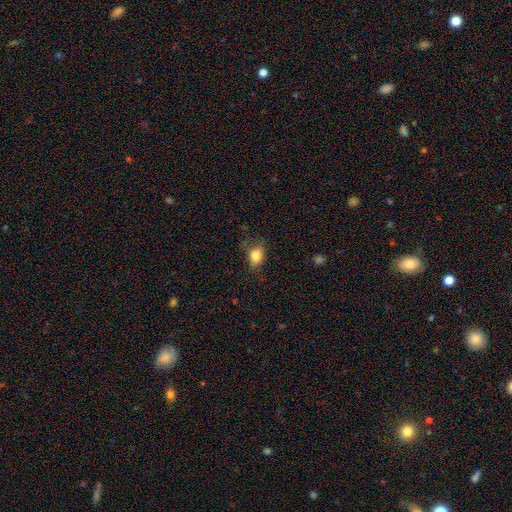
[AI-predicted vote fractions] smooth 81%, star or artifact 10%, featured or disk 9%. Down the decision tree: how rounded — in between (61%); merging — none (67%).